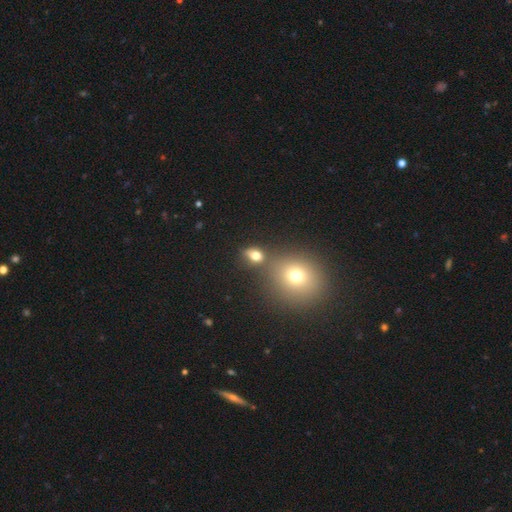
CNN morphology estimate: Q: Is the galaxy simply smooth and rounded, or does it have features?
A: smooth — 72%.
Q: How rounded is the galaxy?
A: in between — 55%.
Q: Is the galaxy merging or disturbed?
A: none — 61%.